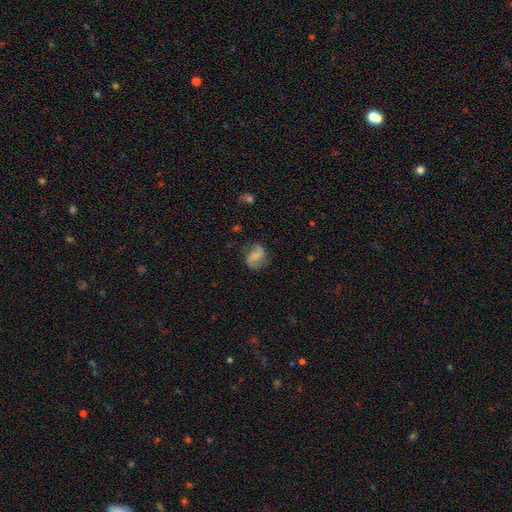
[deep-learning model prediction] Overall: featured or disk (60%; smooth 32%). Edge-on disk: no (98%). Bar: weak (43%; no 35%). Spiral arms: yes (91%). Spiral arm count: 2 (89%). Spiral winding: loose (56%; medium 33%). Bulge size: none (44%; small 33%). Merging: none (74%).